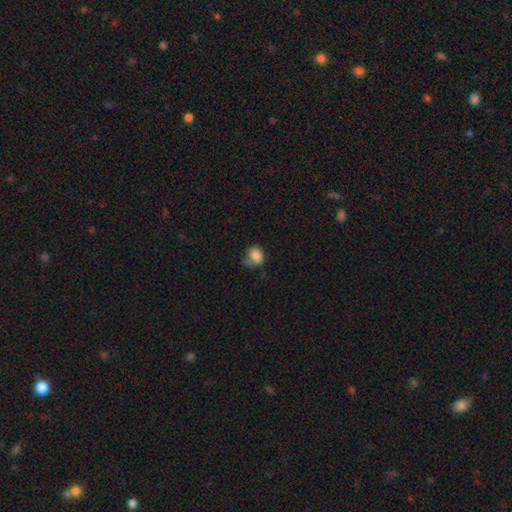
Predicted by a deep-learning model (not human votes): A smooth galaxy with no disk features (84%) that is in between round and cigar-shaped (55%). Merging: none (48%).